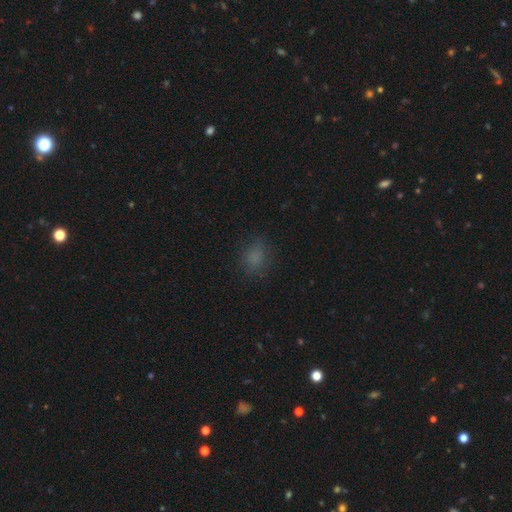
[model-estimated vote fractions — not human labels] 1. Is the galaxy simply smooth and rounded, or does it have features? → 76% smooth, 18% star or artifact, 6% featured or disk.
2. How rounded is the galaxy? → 58% round, 41% in between, 1% cigar-shaped.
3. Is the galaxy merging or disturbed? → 79% none, 14% minor disturbance, 6% major disturbance, 1% merger.